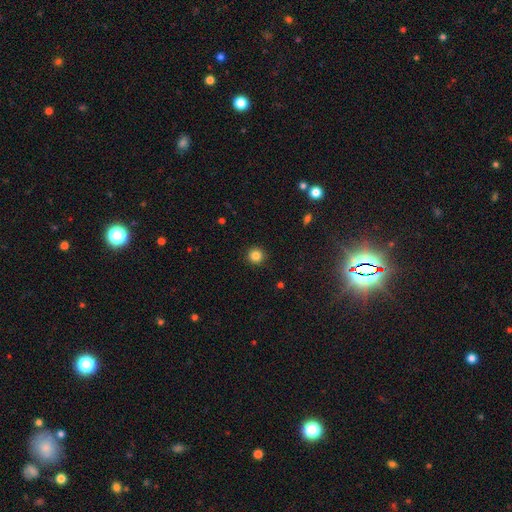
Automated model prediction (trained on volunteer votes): Overall: smooth (85%). How rounded: round (95%). Merging: none (92%).